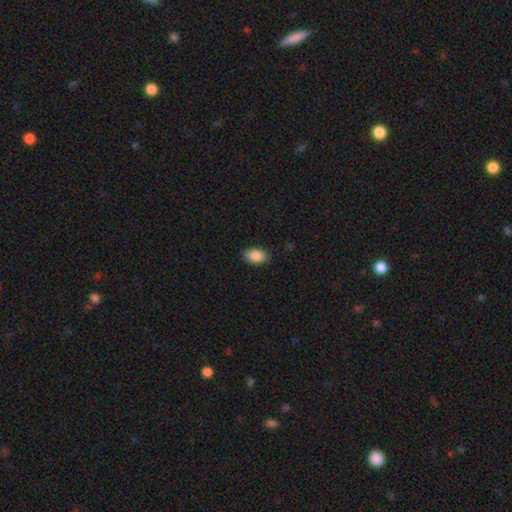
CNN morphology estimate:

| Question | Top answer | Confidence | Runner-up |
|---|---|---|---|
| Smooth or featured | smooth | 88% | star or artifact (7%) |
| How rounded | in between | 91% | round (8%) |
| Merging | none | 88% | minor disturbance (9%) |